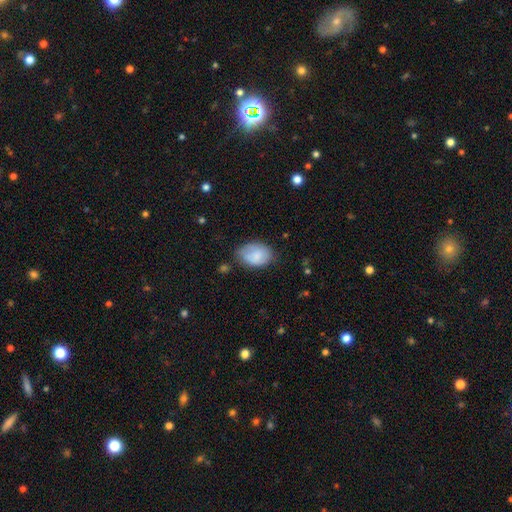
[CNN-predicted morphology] A smooth galaxy with no disk features (81%) that is in between round and cigar-shaped (80%). Merging: none (64%).